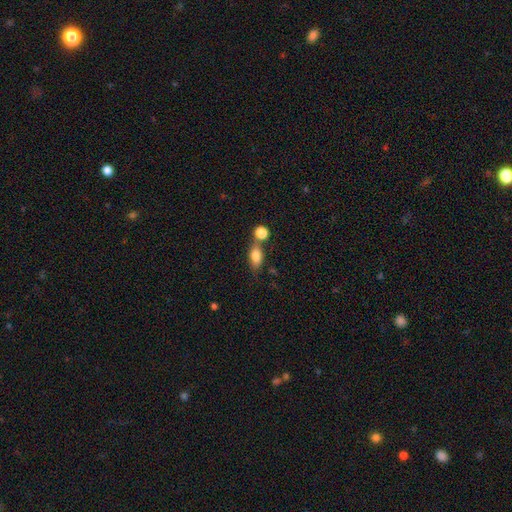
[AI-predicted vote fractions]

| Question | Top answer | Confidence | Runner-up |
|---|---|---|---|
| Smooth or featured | smooth | 79% | featured or disk (12%) |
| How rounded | in between | 78% | round (14%) |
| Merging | none | 51% | merger (30%) |